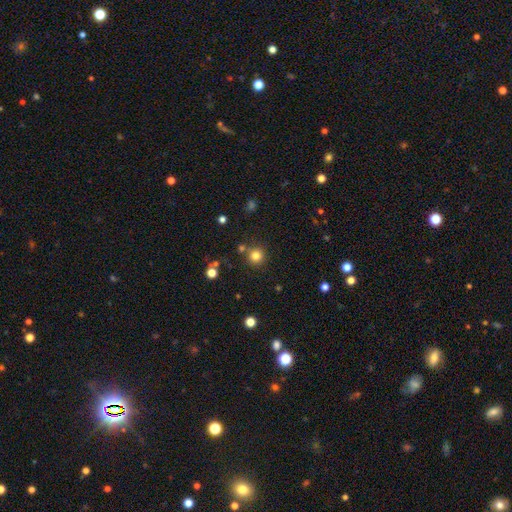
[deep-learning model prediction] Overall: smooth (80%). How rounded: round (94%). Merging: none (81%).